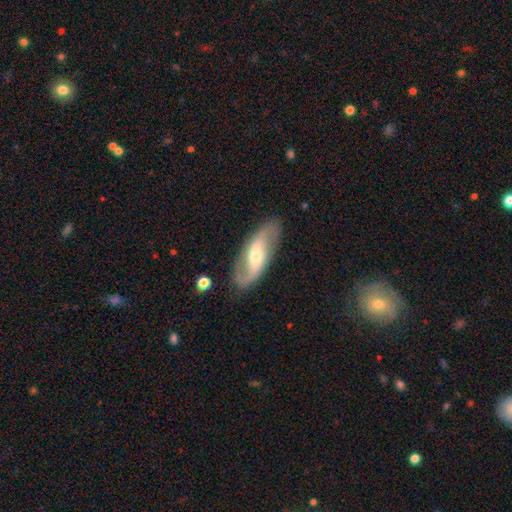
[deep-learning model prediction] A featured or disk galaxy (78%) with a weak bar (39%), 2 (89%) loose (57%) spiral arms (90%) and a moderate central bulge (57%). Merging: none (83%).